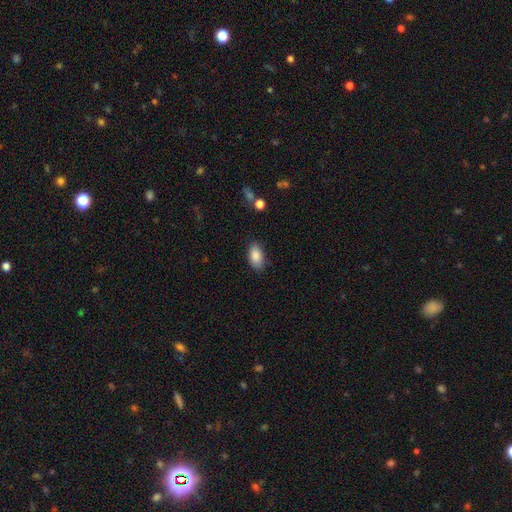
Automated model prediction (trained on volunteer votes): Overall: smooth (87%). How rounded: in between (93%). Merging: none (82%).